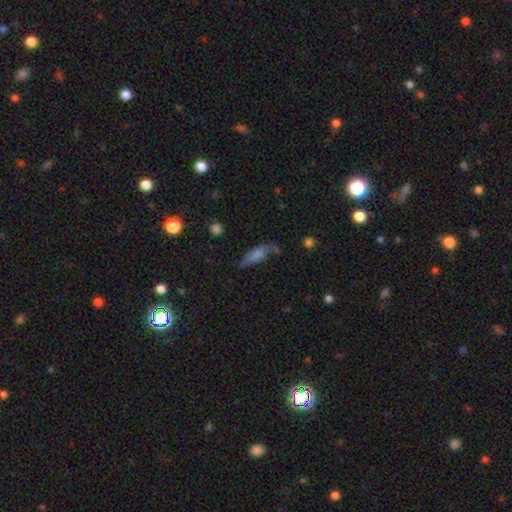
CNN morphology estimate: smooth_or_featured: smooth (p=0.61) [alt: featured or disk p=0.27]
how_rounded: cigar-shaped (p=0.55) [alt: in between p=0.41]
merging: none (p=0.60) [alt: minor disturbance p=0.27]